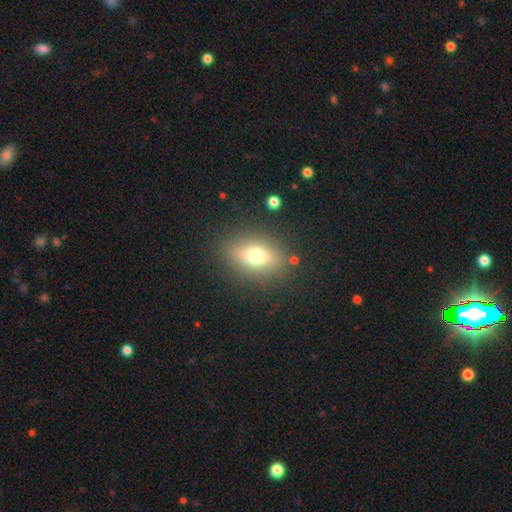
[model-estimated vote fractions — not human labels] A smooth galaxy with no disk features (65%) that is in between round and cigar-shaped (68%).

Vote fractions:
- Smooth or featured? smooth: 65% / featured or disk: 23% / star or artifact: 13%
- How rounded? in between: 68% / round: 26% / cigar-shaped: 6%
- Merging? none: 83% / minor disturbance: 10% / major disturbance: 4% / merger: 2%